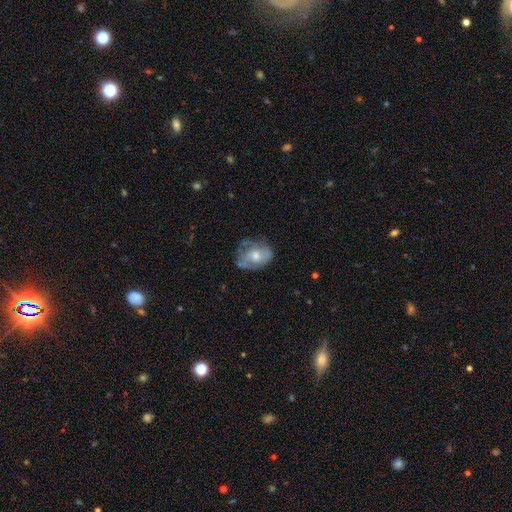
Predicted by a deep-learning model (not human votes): Overall: featured or disk (55%; smooth 38%). Edge-on disk: no (96%). Bar: no (79%). Spiral arms: yes (60%; no 40%). Bulge size: moderate (62%; small 24%). Merging: none (52%; minor disturbance 30%).